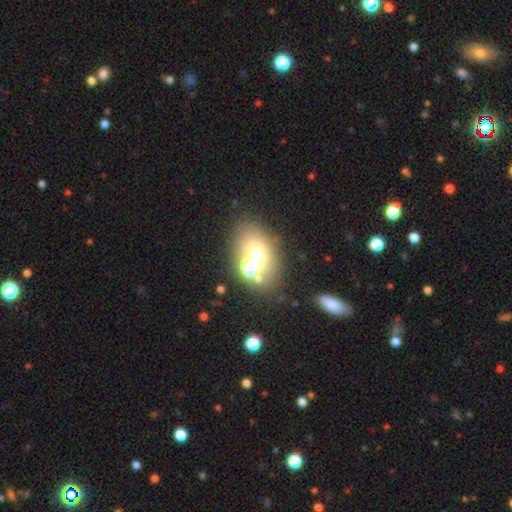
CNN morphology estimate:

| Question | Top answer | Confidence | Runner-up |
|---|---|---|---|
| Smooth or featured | smooth | 55% | featured or disk (23%) |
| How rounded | in between | 63% | round (35%) |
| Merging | none | 58% | merger (23%) |